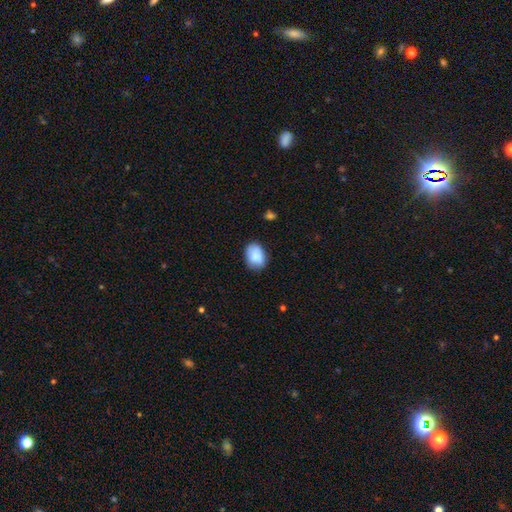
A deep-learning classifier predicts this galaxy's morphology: type=smooth (87%); roundness=in between (79%); merging=none (75%).